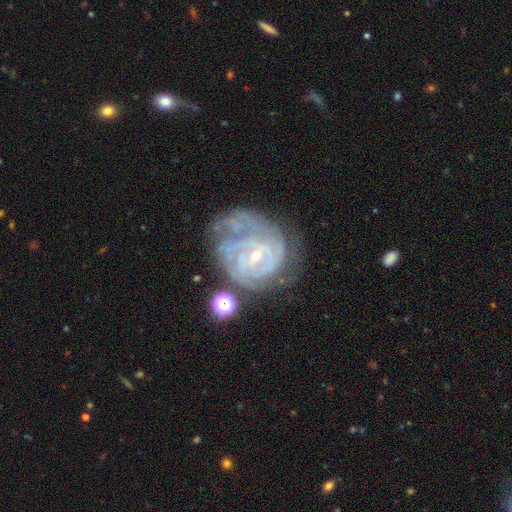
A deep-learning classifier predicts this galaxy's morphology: This is clearly a featured or disk galaxy (84%). It is clearly not viewed edge-on (97%). Bar: marginally no (44%). Spiral arm pattern: clearly yes (92%). Spiral arm count: marginally can't tell (42%). Spiral winding: likely tight (73%). Central bulge: likely small (78%). Merging: possibly none (51%).